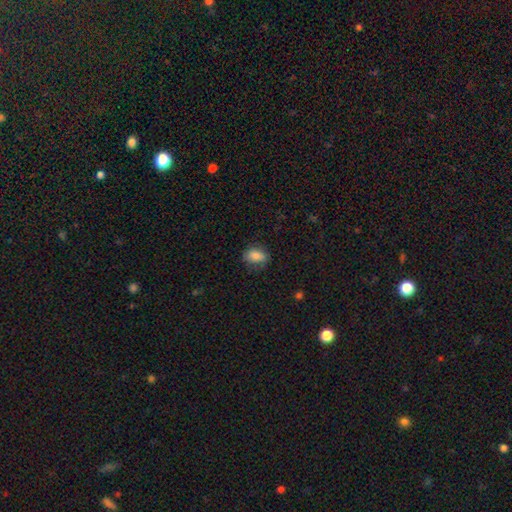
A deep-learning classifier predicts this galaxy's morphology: Q: Smooth or featured?
A: smooth (83%); runner-up: star or artifact (9%)
Q: How rounded?
A: in between (75%); runner-up: round (22%)
Q: Merging?
A: none (74%); runner-up: minor disturbance (20%)